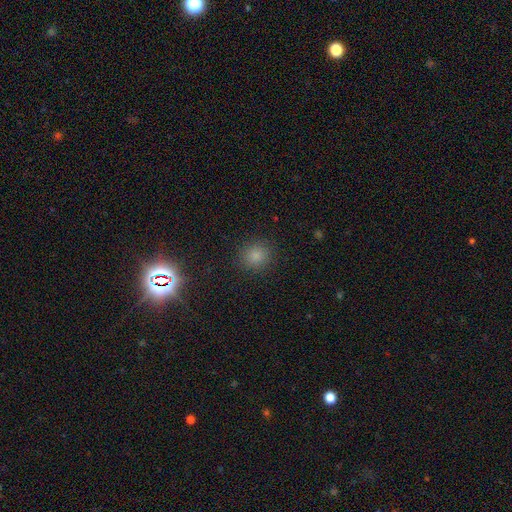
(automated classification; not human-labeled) A smooth galaxy with no disk features (81%) that is round (87%). Merging: none (89%).